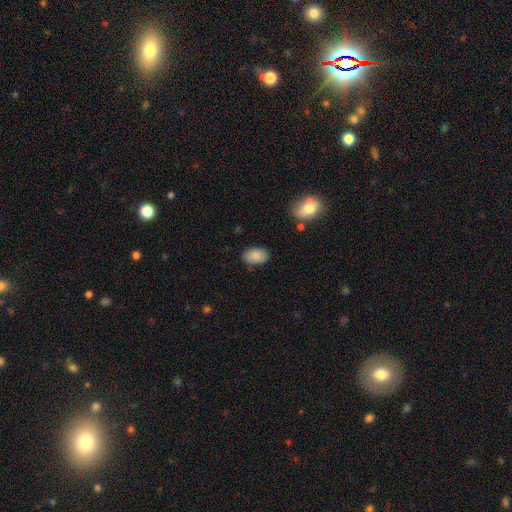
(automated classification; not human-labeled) Smooth or featured? smooth (88%)
How rounded? in between (89%)
Merging? none (82%)